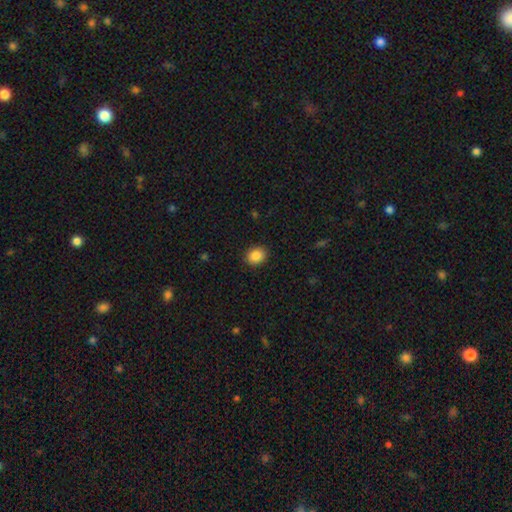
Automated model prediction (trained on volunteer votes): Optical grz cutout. It shows a smooth galaxy with no disk features (88%) that is round (50%). Merging: none (90%).